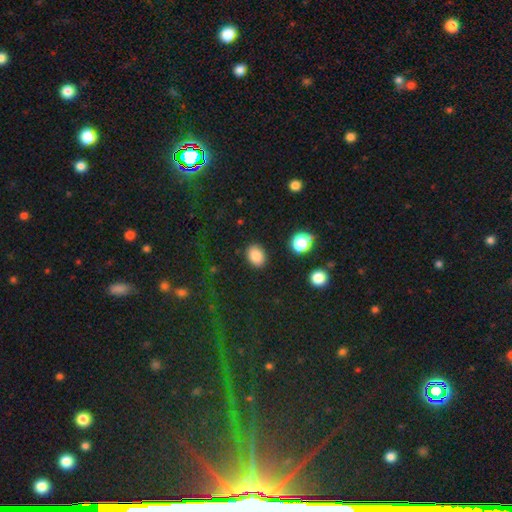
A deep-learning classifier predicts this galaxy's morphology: Smooth or featured? Predicted: smooth (p=0.85). How rounded? Predicted: in between (p=0.68). Merging? Predicted: none (p=0.88).